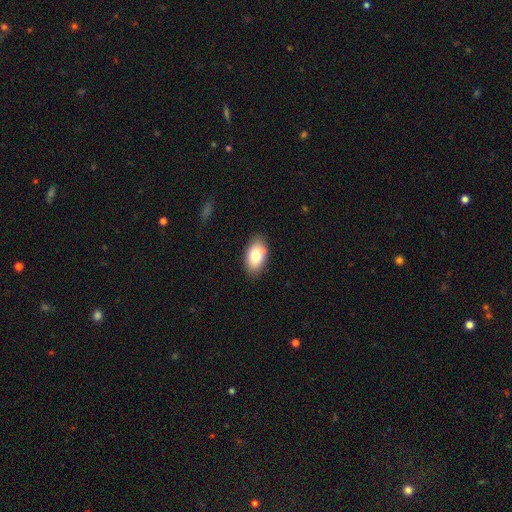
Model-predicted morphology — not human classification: This is likely a smooth galaxy (77%). How rounded: clearly in between (91%). Merging: clearly none (80%).